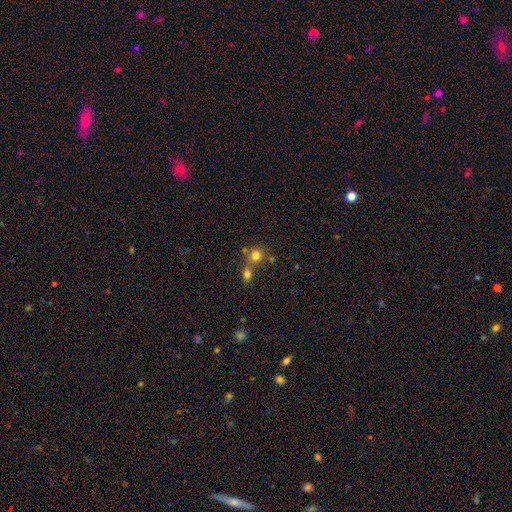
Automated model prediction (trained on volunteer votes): Overall: smooth (76%). How rounded: round (87%). Merging: none (51%; merger 38%).